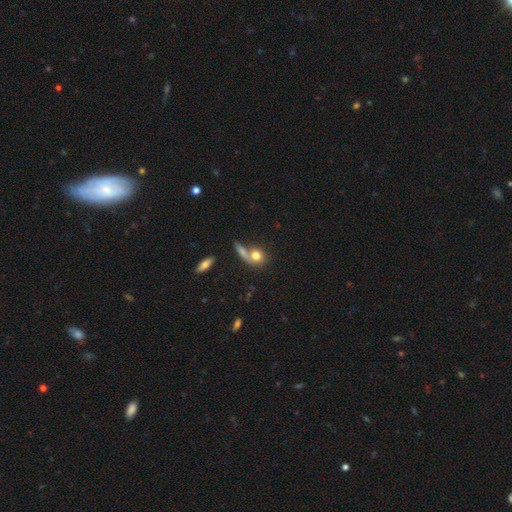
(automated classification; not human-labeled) Smooth or featured: smooth — 75% (featured or disk — 15%)
How rounded: round — 67% (in between — 28%)
Merging: none — 42% (merger — 40%)